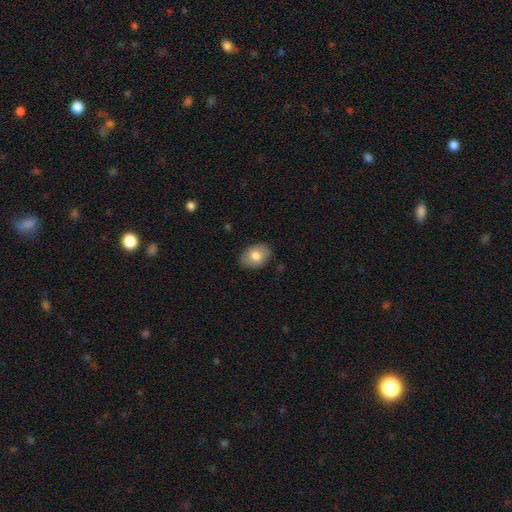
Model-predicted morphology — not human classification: A smooth galaxy with no disk features (77%) that is in between round and cigar-shaped (75%). Merging: none (83%).